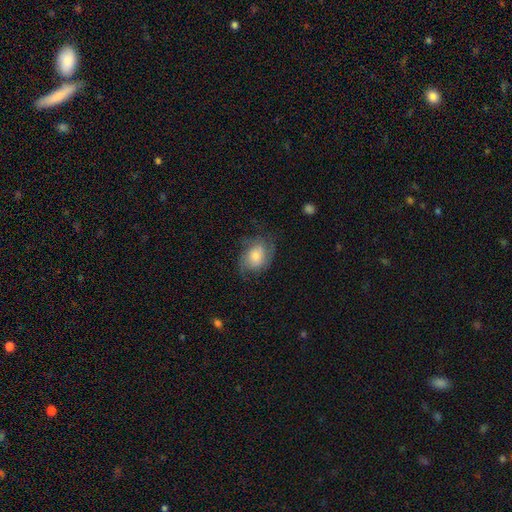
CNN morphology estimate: This appears to be a featured or disk galaxy (51%). Merging: none (61%).